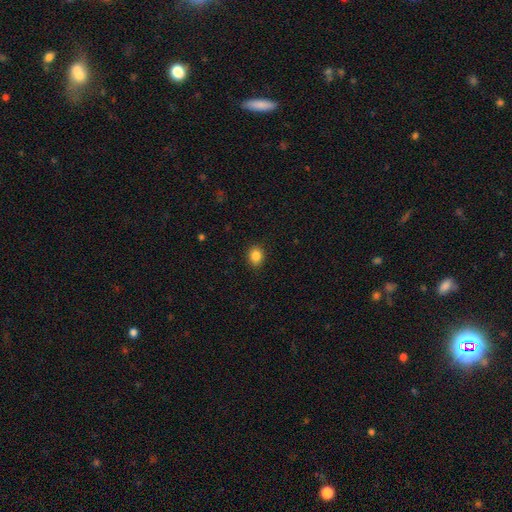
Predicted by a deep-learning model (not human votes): smooth-or-featured: smooth: 86% | star or artifact: 10% | featured or disk: 4%
  how-rounded: round: 53% | in between: 46% | cigar-shaped: 1%
  merging: none: 89% | minor disturbance: 8% | major disturbance: 2% | merger: 1%